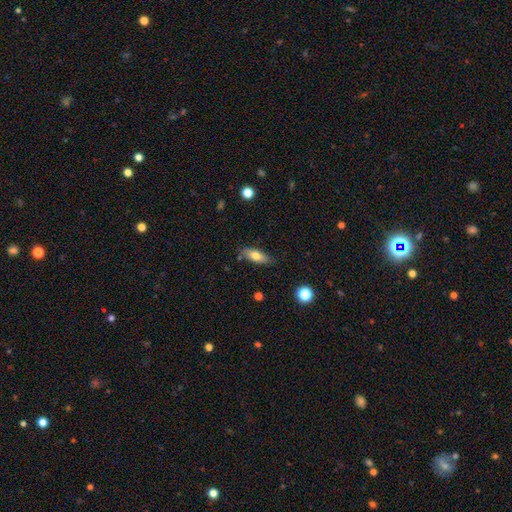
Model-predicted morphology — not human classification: The model was most divided on "how rounded": in between: 74%, cigar-shaped: 23%, round: 3%. More confident: merging — none (80%); smooth or featured — smooth (73%).